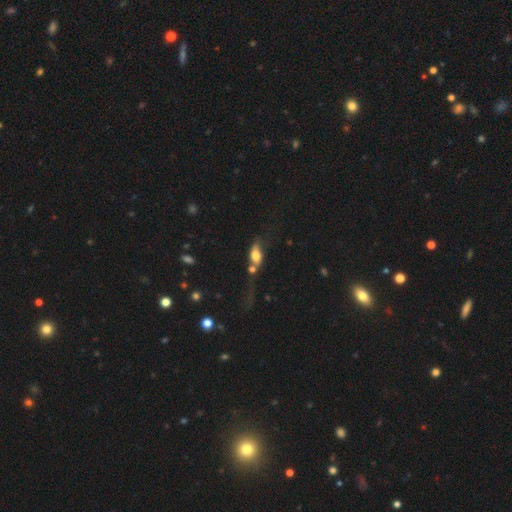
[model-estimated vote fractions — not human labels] Smooth or featured?
  - smooth: 65% *
  - featured or disk: 27%
  - star or artifact: 9%
How rounded?
  - in between: 81% *
  - cigar-shaped: 11%
  - round: 9%
Merging?
  - merger: 33% *
  - major disturbance: 26%
  - none: 25%
  - minor disturbance: 17%